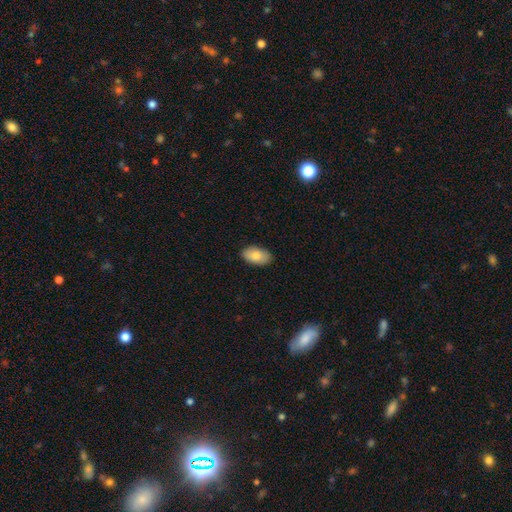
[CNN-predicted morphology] A smooth galaxy with no disk features (81%) that is in between round and cigar-shaped (94%). Merging: none (88%).